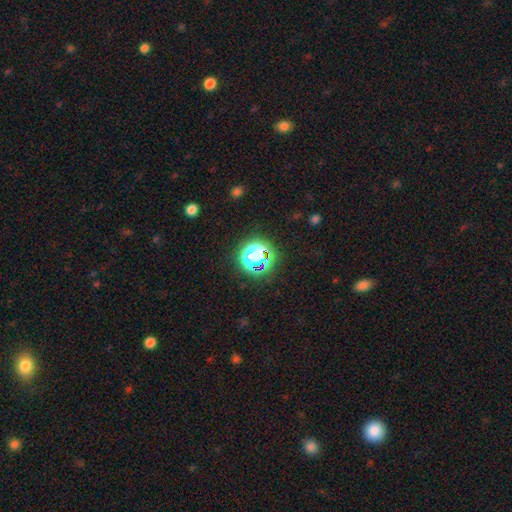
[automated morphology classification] The model was most divided on "smooth or featured": star or artifact: 53%, smooth: 36%, featured or disk: 11%.